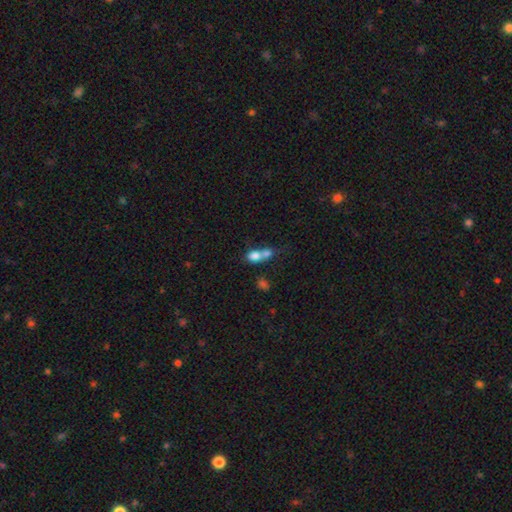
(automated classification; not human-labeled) This is likely a smooth galaxy (75%). How rounded: possibly in between (57%). Merging: likely merger (69%).